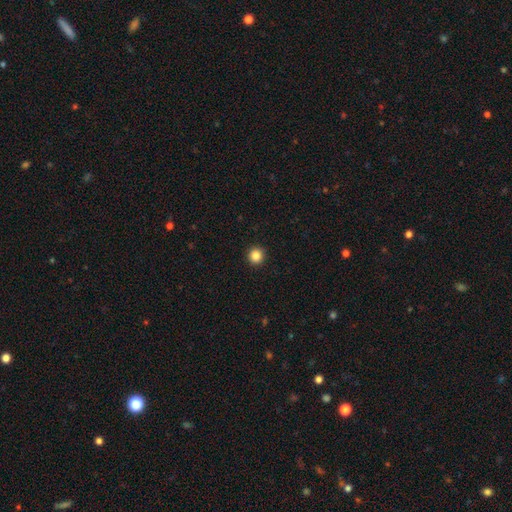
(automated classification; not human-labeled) smooth 86%, star or artifact 11%, featured or disk 3%. Down the decision tree: how rounded — round (95%); merging — none (93%).